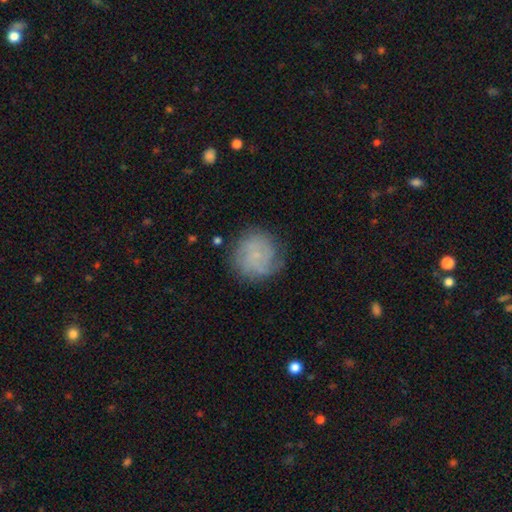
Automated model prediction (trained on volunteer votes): The model was most divided on "smooth or featured": featured or disk: 49%, smooth: 41%, star or artifact: 10%. More confident: merging — none (74%).